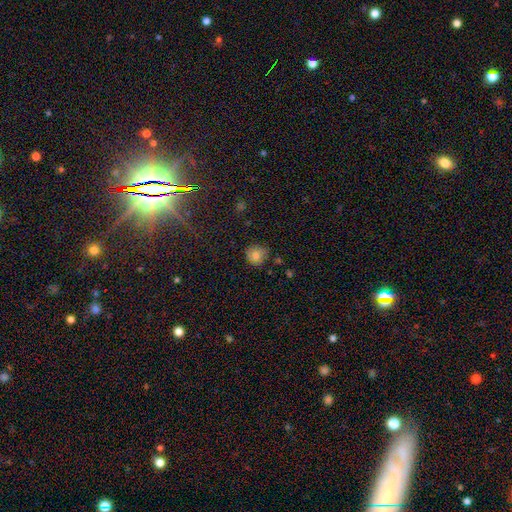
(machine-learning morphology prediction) The model was most divided on "merging": none: 74%, minor disturbance: 20%, major disturbance: 4%, merger: 2%. More confident: how rounded — round (89%); smooth or featured — smooth (76%).